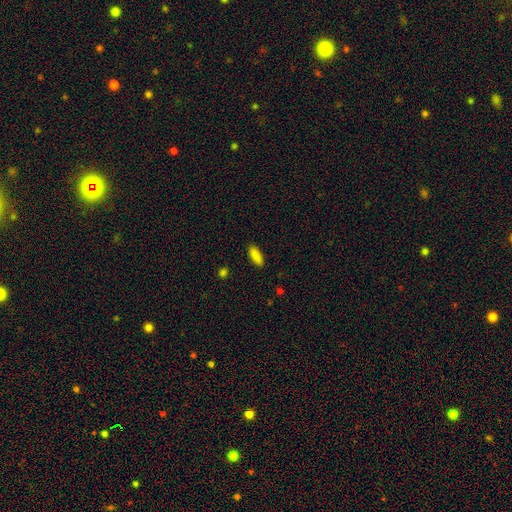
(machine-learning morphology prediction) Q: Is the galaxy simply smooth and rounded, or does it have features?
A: smooth — 88%.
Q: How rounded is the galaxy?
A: in between — 66%.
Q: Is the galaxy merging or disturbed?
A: none — 89%.